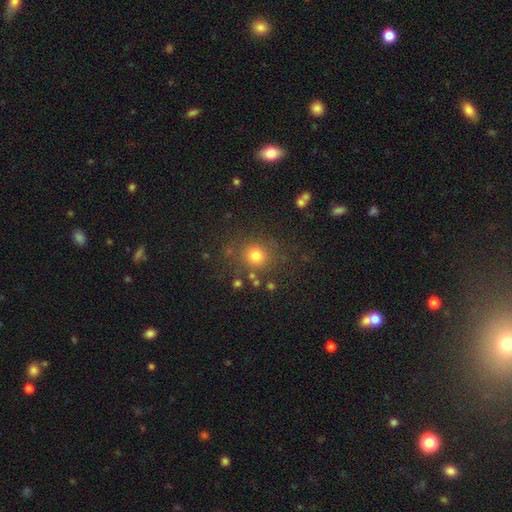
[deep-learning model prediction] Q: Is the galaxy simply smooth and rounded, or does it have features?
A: smooth — 77%.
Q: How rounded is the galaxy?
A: round — 87%.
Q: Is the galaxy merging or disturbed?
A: none — 79%.